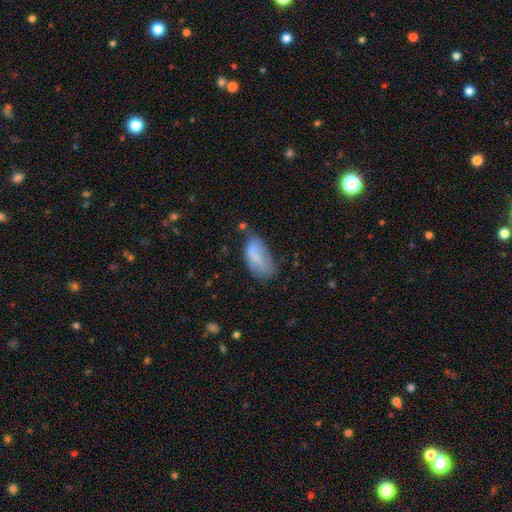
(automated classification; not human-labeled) Smooth or featured: smooth — 76% (featured or disk — 16%)
How rounded: in between — 90% (cigar-shaped — 7%)
Merging: none — 41% (minor disturbance — 38%)